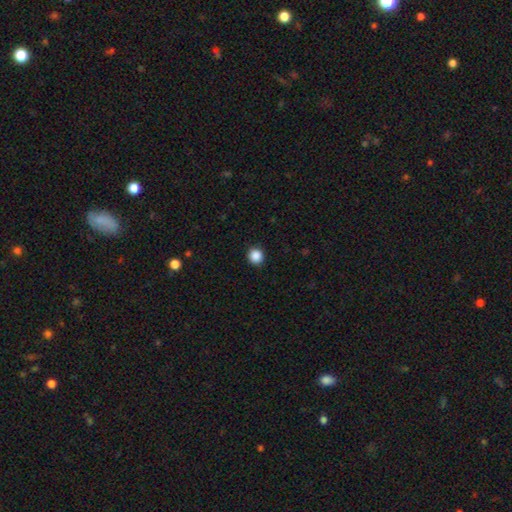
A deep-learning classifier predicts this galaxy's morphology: smooth_or_featured: smooth (p=0.87) [alt: star or artifact p=0.10]
how_rounded: round (p=0.91) [alt: in between p=0.08]
merging: none (p=0.92) [alt: minor disturbance p=0.05]